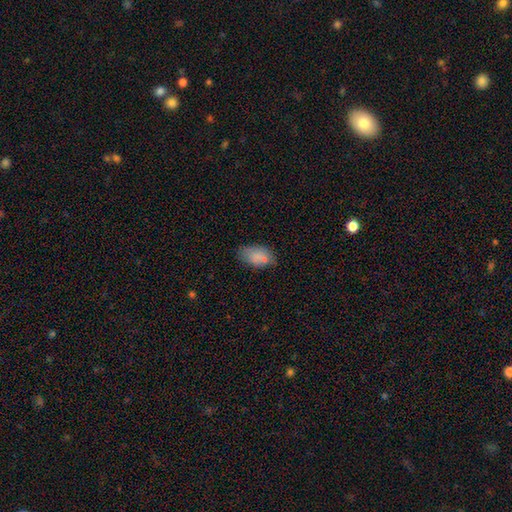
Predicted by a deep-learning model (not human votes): Overall: smooth (79%). How rounded: in between (91%). Merging: none (59%; minor disturbance 25%).